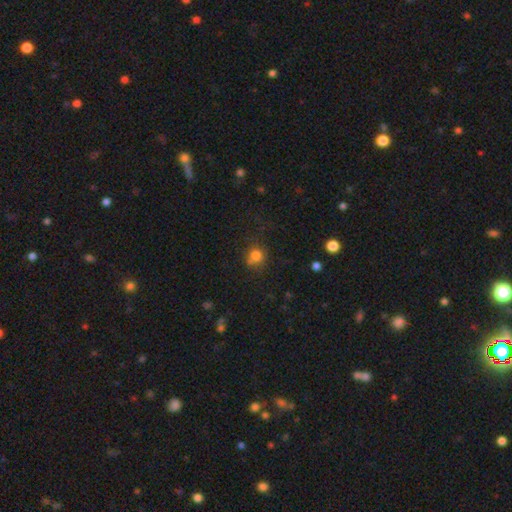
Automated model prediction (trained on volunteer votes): smooth 77%, star or artifact 15%, featured or disk 9%. Down the decision tree: how rounded — round (82%); merging — none (64%).